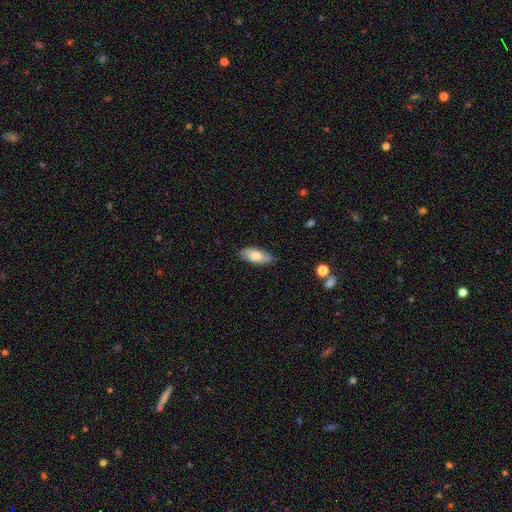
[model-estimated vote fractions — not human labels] This is likely a smooth galaxy (78%). How rounded: clearly in between (83%). Merging: clearly none (82%).